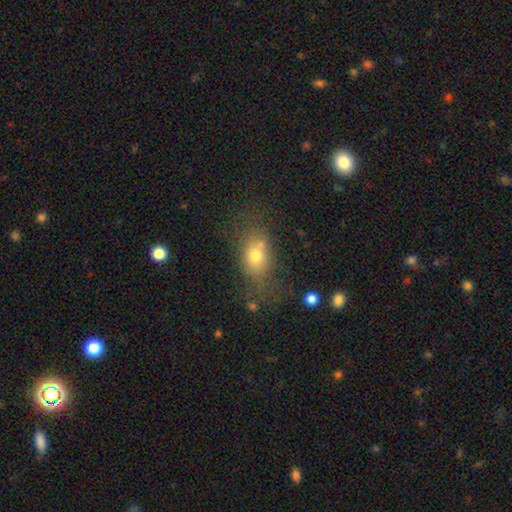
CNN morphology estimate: Smooth or featured? smooth (69%)
How rounded? in between (69%)
Merging? none (56%)